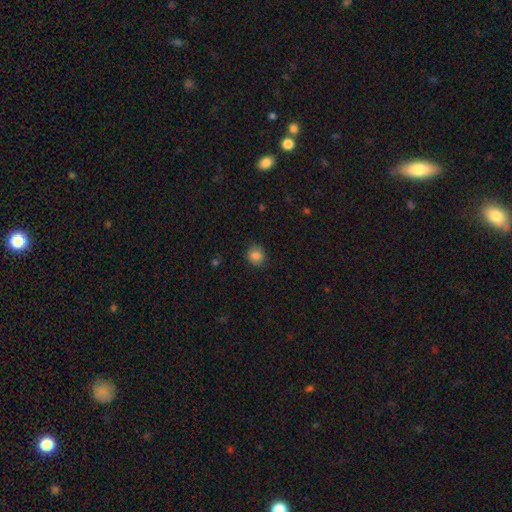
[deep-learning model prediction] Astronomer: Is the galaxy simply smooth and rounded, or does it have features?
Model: smooth — 84%.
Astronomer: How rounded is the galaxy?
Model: round — 78%.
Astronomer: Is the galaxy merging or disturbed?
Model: none — 83%.